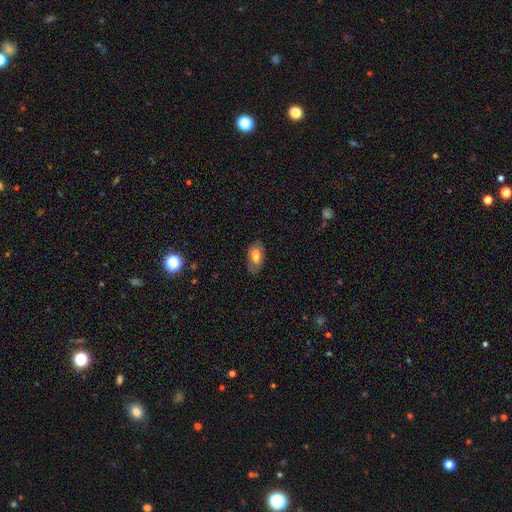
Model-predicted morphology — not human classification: smooth 65%, featured or disk 27%, star or artifact 8%. Down the decision tree: how rounded — in between (92%); merging — none (75%).